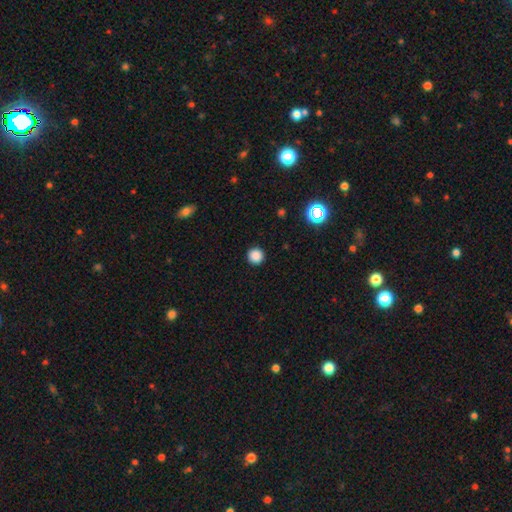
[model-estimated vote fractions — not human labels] Smooth or featured: smooth — 86% (star or artifact — 12%)
How rounded: round — 96% (in between — 3%)
Merging: none — 93% (minor disturbance — 4%)